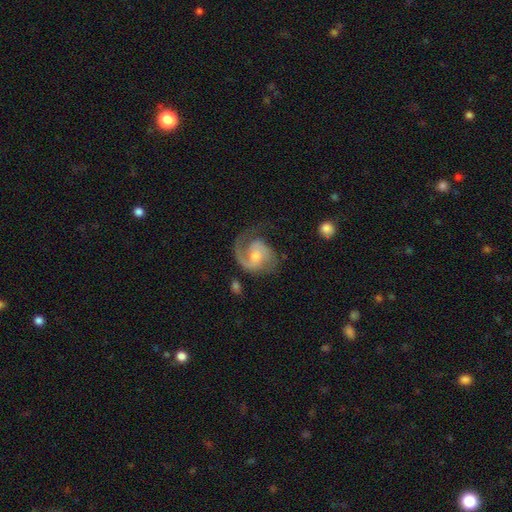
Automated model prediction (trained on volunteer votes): Smooth or featured?
  - featured or disk: 81% *
  - smooth: 13%
  - star or artifact: 5%
Edge-on disk?
  - no: 98% *
  - yes: 2%
Bar?
  - no: 54% *
  - weak: 40%
  - strong: 7%
Spiral arms?
  - yes: 95% *
  - no: 5%
Spiral winding?
  - medium: 48% *
  - loose: 28%
  - tight: 24%
Spiral arm count?
  - 1: 51% *
  - 2: 39%
  - can't tell: 5%
  - 3: 2%
  - 4: 1%
  - more than 4: 1%
Bulge size?
  - moderate: 46% *
  - small: 41%
  - none: 7%
  - large: 5%
  - dominant: 1%
Merging?
  - none: 51% *
  - major disturbance: 27%
  - minor disturbance: 19%
  - merger: 3%